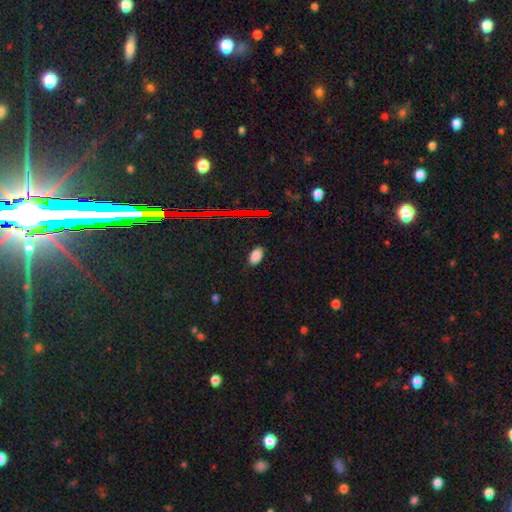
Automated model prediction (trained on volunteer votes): Q: Smooth or featured?
A: smooth (82%); runner-up: star or artifact (13%)
Q: How rounded?
A: in between (92%); runner-up: round (5%)
Q: Merging?
A: none (85%); runner-up: minor disturbance (11%)